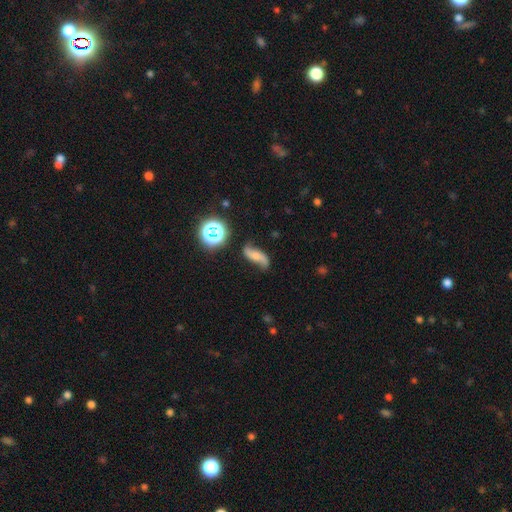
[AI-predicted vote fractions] Smooth or featured?
  - featured or disk: 64% *
  - smooth: 24%
  - star or artifact: 13%
Edge-on disk?
  - no: 90% *
  - yes: 10%
Bar?
  - no: 56% *
  - weak: 28%
  - strong: 16%
Spiral arms?
  - yes: 92% *
  - no: 8%
Spiral winding?
  - loose: 85% *
  - medium: 11%
  - tight: 4%
Spiral arm count?
  - 2: 90% *
  - 1: 4%
  - can't tell: 3%
  - 3: 1%
  - 4: 1%
  - more than 4: 1%
Bulge size?
  - small: 39% *
  - moderate: 36%
  - none: 15%
  - large: 7%
  - dominant: 3%
Merging?
  - none: 69% *
  - minor disturbance: 21%
  - major disturbance: 7%
  - merger: 3%